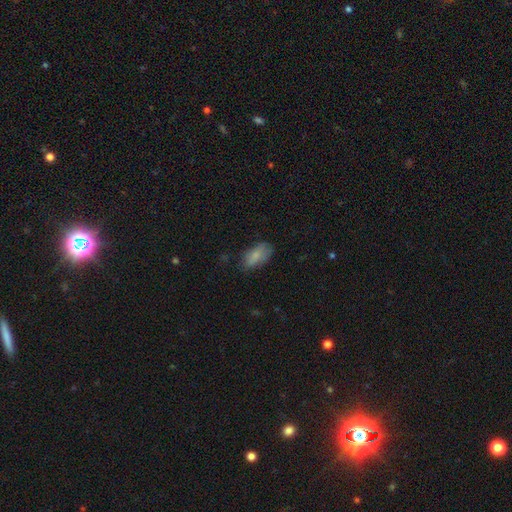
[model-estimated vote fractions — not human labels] This is clearly a smooth galaxy (80%). How rounded: clearly in between (91%). Merging: likely none (66%).